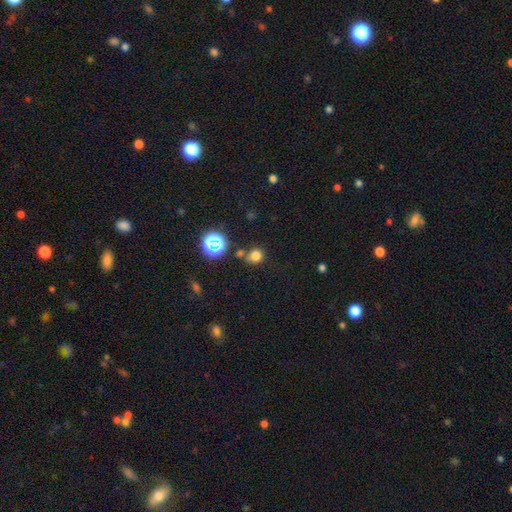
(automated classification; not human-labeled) smooth 74%, star or artifact 20%, featured or disk 6%. Down the decision tree: how rounded — round (85%); merging — none (67%).